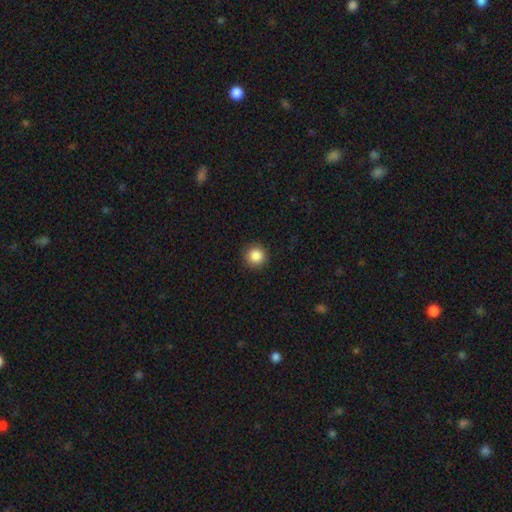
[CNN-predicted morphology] smooth-or-featured: smooth: 86% | star or artifact: 10% | featured or disk: 4%
  how-rounded: round: 95% | in between: 4% | cigar-shaped: 1%
  merging: none: 92% | minor disturbance: 5% | major disturbance: 2% | merger: 1%